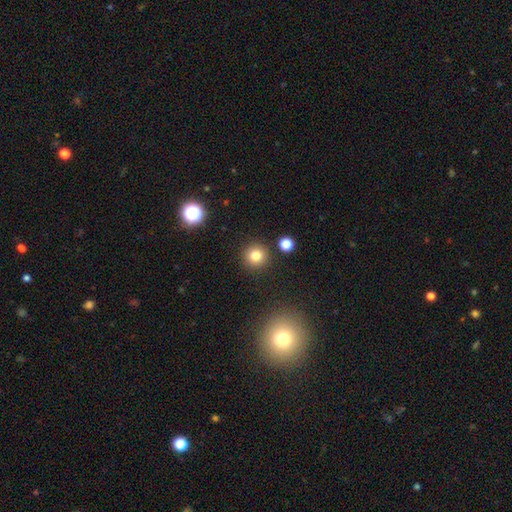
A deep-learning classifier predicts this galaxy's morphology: Smooth or featured? Predicted: smooth (p=0.81). How rounded? Predicted: round (p=0.94). Merging? Predicted: none (p=0.89).